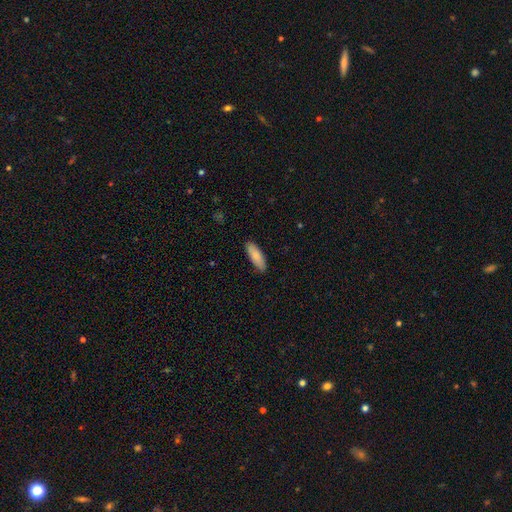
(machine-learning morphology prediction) Smooth or featured? smooth (83%)
How rounded? in between (64%)
Merging? none (87%)